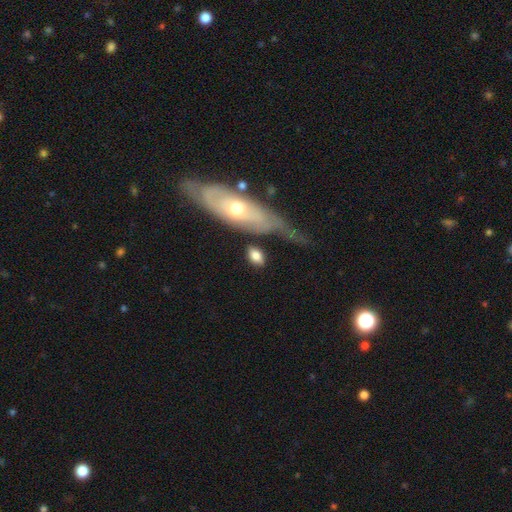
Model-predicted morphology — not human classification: Smooth or featured: smooth — 74% (featured or disk — 20%)
How rounded: in between — 81% (round — 14%)
Merging: none — 64% (minor disturbance — 15%)